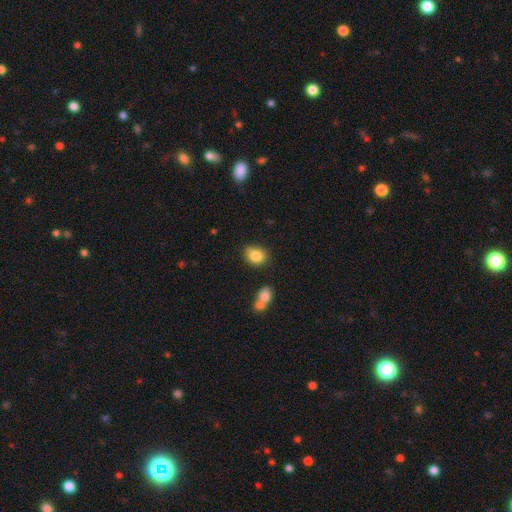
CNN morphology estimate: A smooth galaxy with no disk features (84%) that is round (53%). Merging: none (72%).